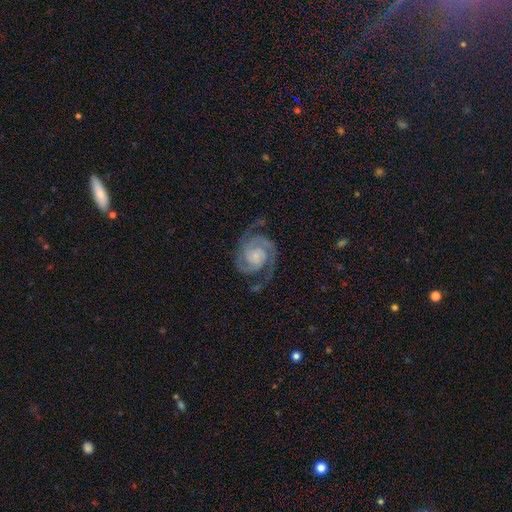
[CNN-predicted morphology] type=featured or disk (92%); edge-on=no (98%); bar=no (64%); spiral arms=yes (99%); winding=tight (53%); arm count=2 (85%); bulge=small (49%); merging=none (74%).